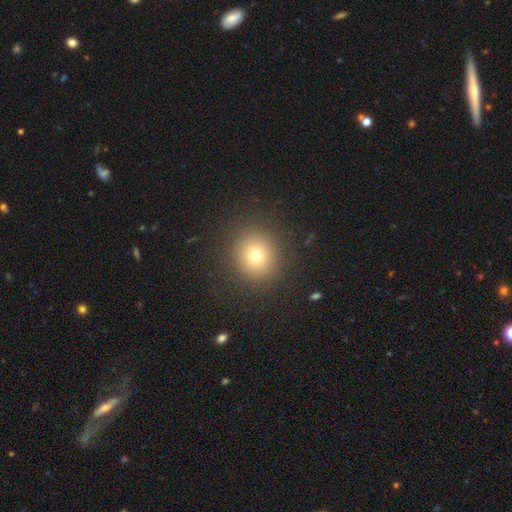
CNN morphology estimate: Smooth or featured: smooth — 74% (star or artifact — 16%)
How rounded: round — 87% (in between — 12%)
Merging: none — 90% (minor disturbance — 6%)